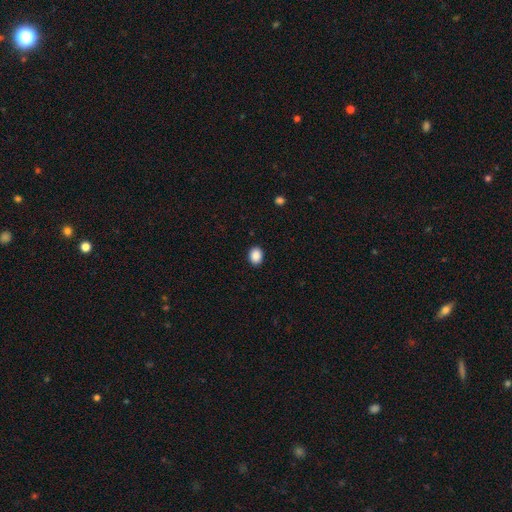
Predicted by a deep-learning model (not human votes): Overall: smooth (89%). How rounded: in between (54%; round 46%). Merging: none (91%).